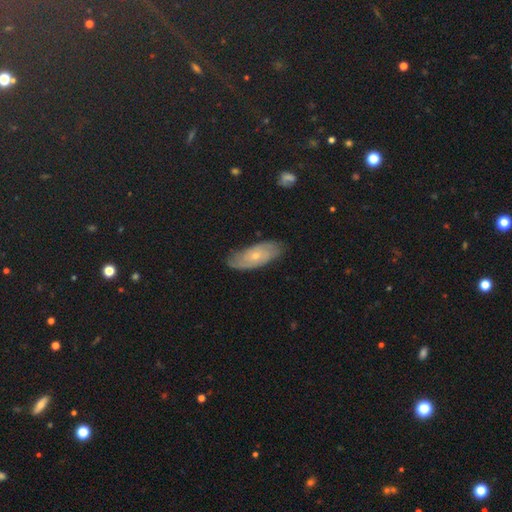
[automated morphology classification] featured or disk 65%, smooth 28%, star or artifact 7%. Down the decision tree: edge-on disk — no (87%); bar — no (80%); spiral arms — yes (84%); bulge size — small (64%); merging — none (77%).